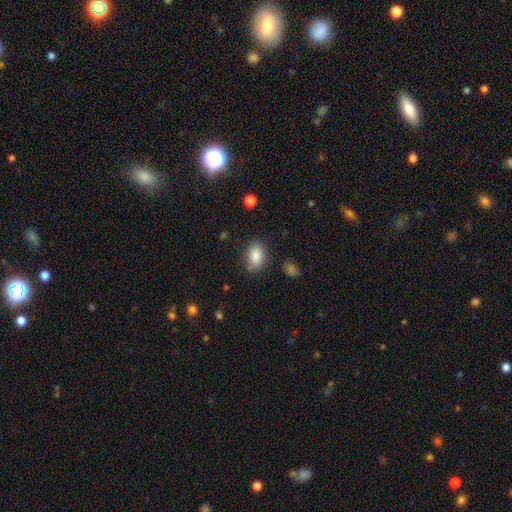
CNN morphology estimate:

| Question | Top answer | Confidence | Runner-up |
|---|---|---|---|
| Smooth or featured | smooth | 86% | star or artifact (8%) |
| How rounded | in between | 83% | round (15%) |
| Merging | none | 79% | minor disturbance (15%) |